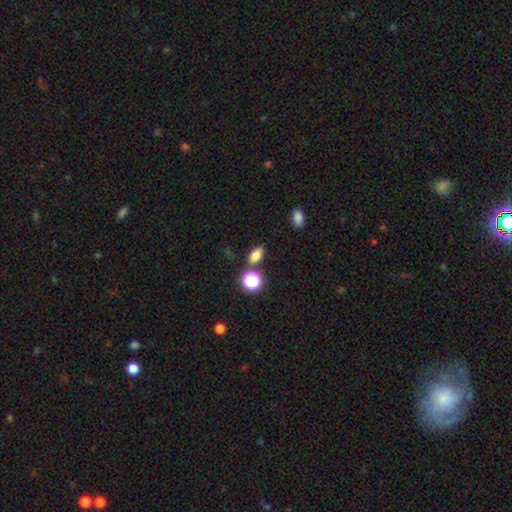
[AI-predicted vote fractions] A smooth galaxy with no disk features (77%) that is in between round and cigar-shaped (79%). Merging: none (78%).